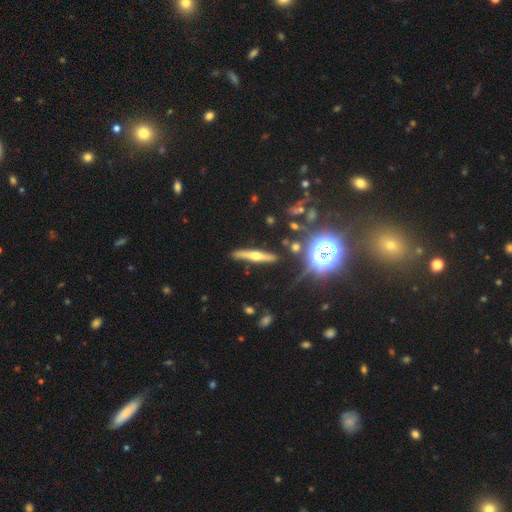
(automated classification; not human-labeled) Smooth or featured?
  - featured or disk: 65% *
  - smooth: 25%
  - star or artifact: 10%
Edge-on disk?
  - yes: 95% *
  - no: 5%
Edge-on bulge?
  - rounded: 91% *
  - none: 5%
  - boxy: 4%
Merging?
  - none: 85% *
  - minor disturbance: 10%
  - merger: 3%
  - major disturbance: 3%